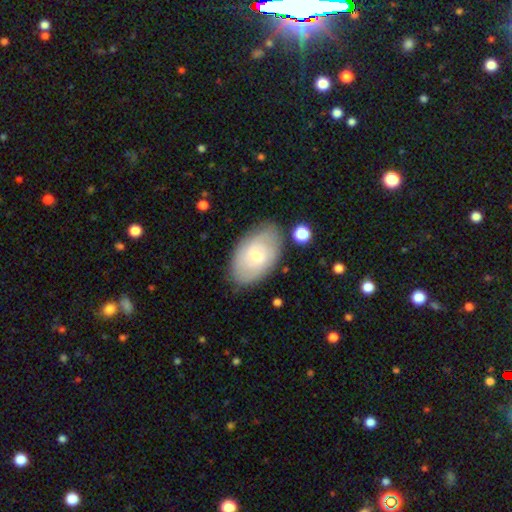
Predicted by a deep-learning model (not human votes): Smooth or featured?
  - smooth: 52% *
  - featured or disk: 41%
  - star or artifact: 7%
How rounded?
  - in between: 91% *
  - round: 8%
  - cigar-shaped: 1%
Merging?
  - none: 77% *
  - minor disturbance: 16%
  - major disturbance: 4%
  - merger: 3%